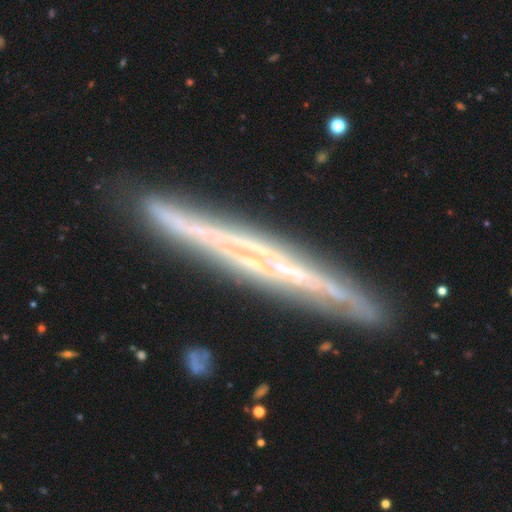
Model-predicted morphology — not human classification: This is likely a featured or disk galaxy (76%). It is clearly viewed edge-on (94%). Edge-on bulge: likely none (77%). Merging: clearly none (86%).